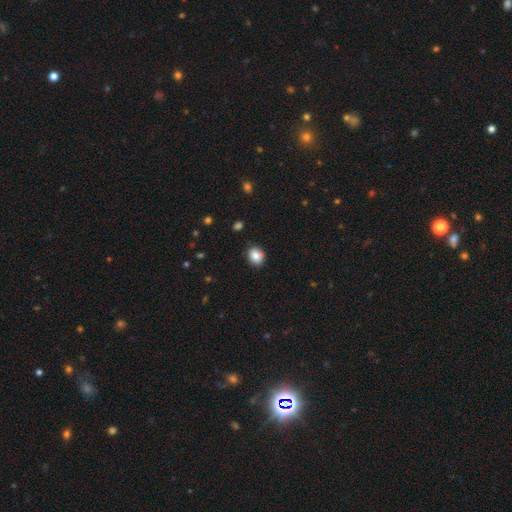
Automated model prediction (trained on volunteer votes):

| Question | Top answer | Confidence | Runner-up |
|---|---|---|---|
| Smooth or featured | smooth | 85% | star or artifact (9%) |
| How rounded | round | 61% | in between (38%) |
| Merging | none | 86% | minor disturbance (11%) |